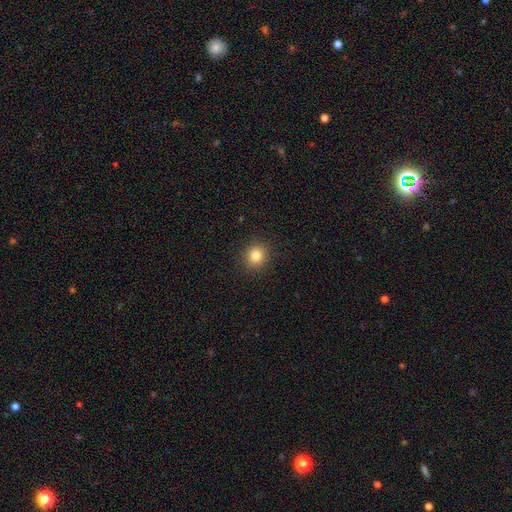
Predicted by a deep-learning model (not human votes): This is clearly a smooth galaxy (82%). How rounded: clearly round (85%). Merging: clearly none (91%).